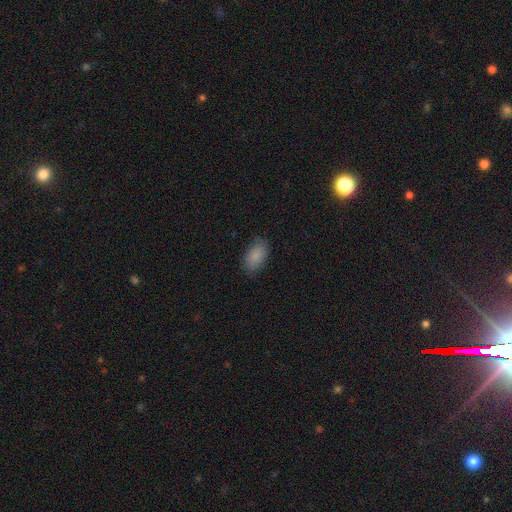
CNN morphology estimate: Overall: smooth (89%). How rounded: in between (93%). Merging: none (83%).